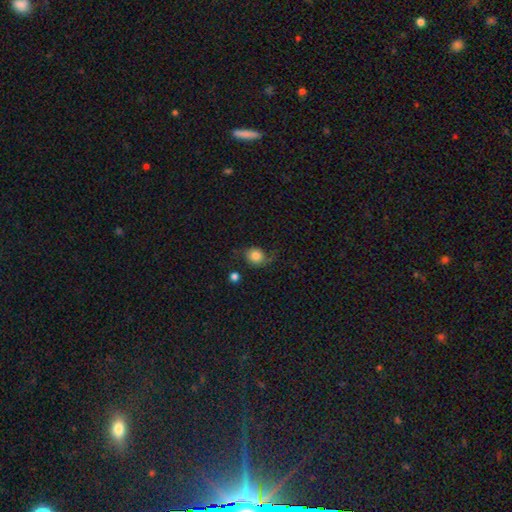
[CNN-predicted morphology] A smooth galaxy with no disk features (74%) that is round (75%). Merging: none (53%).